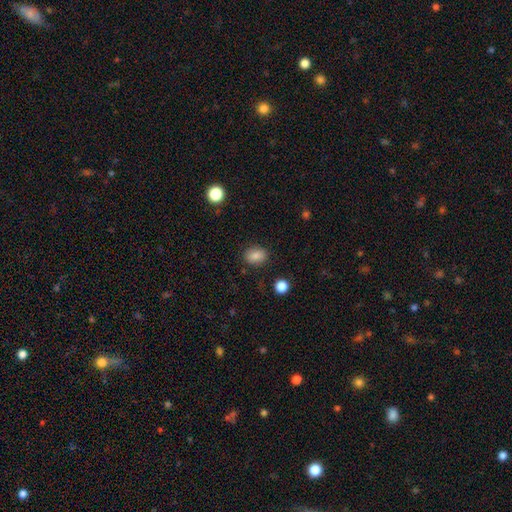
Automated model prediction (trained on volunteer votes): This appears to be a smooth galaxy with no disk features (85%) that is in between round and cigar-shaped (64%). Merging: none (86%).